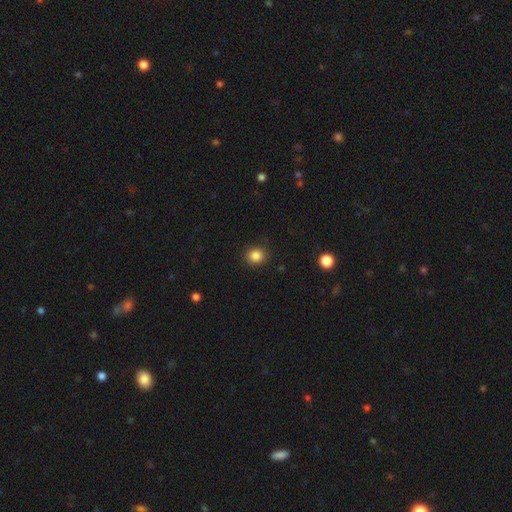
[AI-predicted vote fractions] Overall: smooth (85%). How rounded: round (82%). Merging: none (89%).